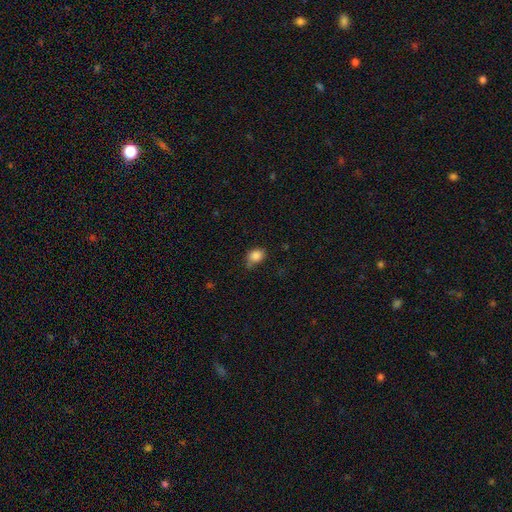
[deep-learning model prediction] This appears to be a smooth galaxy with no disk features (85%) that is in between round and cigar-shaped (59%). Merging: none (58%).